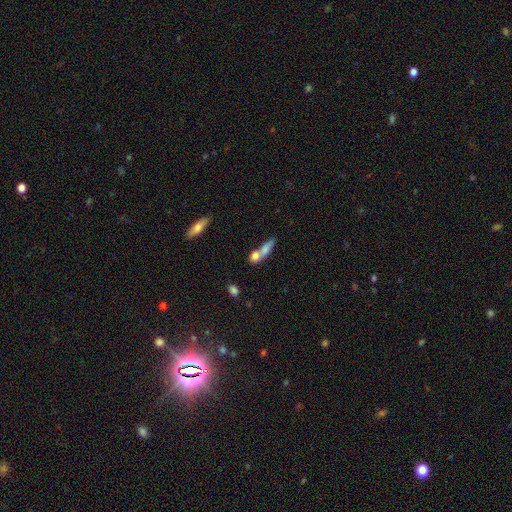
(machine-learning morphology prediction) smooth 71%, featured or disk 20%, star or artifact 9%. Down the decision tree: how rounded — in between (45%); merging — merger (56%).